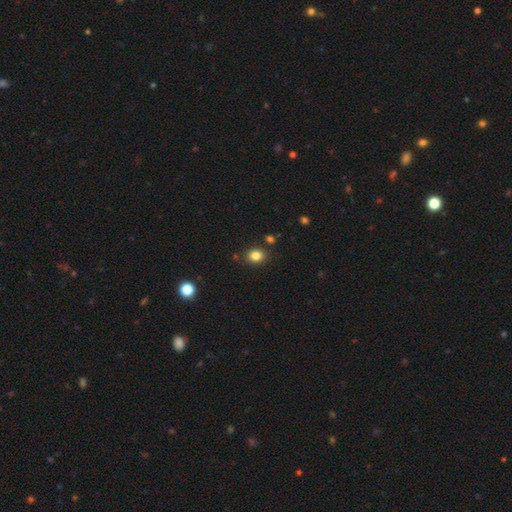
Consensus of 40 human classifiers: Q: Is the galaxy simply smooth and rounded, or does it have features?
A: smooth — 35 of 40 (88%).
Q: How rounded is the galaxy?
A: round — 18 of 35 (51%).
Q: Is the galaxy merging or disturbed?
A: none — 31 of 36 (86%).